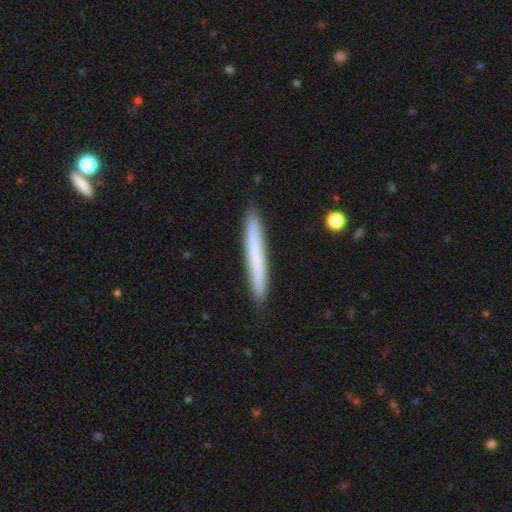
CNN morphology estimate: smooth_or_featured: smooth (p=0.68) [alt: featured or disk p=0.26]
how_rounded: cigar-shaped (p=0.97) [alt: in between p=0.02]
merging: none (p=0.91) [alt: minor disturbance p=0.07]